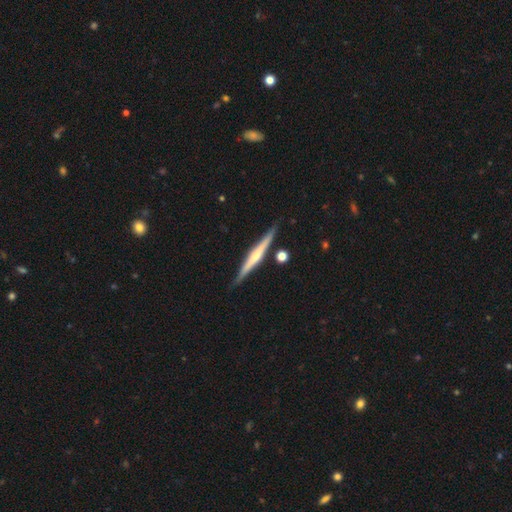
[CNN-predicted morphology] The model was most divided on "edge-on bulge": rounded: 64%, none: 26%, boxy: 11%. More confident: edge-on disk — yes (98%); merging — none (87%); smooth or featured — featured or disk (69%).